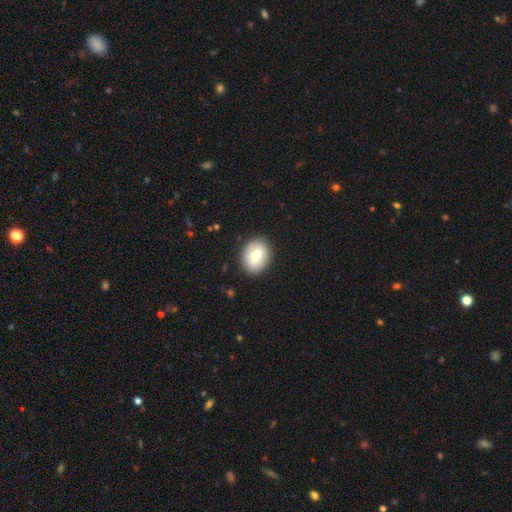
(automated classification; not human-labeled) Smooth or featured? smooth (64%)
How rounded? in between (51%)
Merging? none (87%)